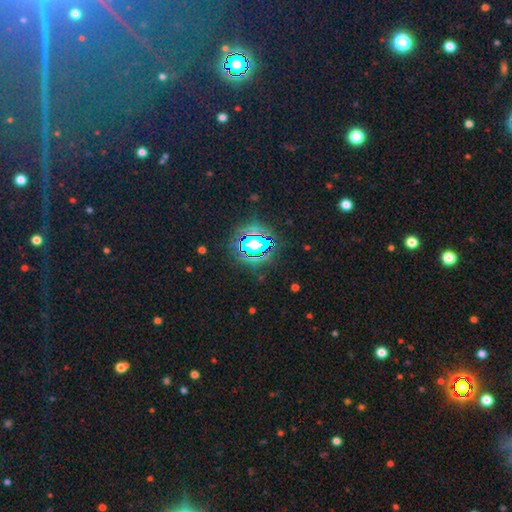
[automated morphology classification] The model was most divided on "smooth or featured": star or artifact: 82%, smooth: 11%, featured or disk: 7%.